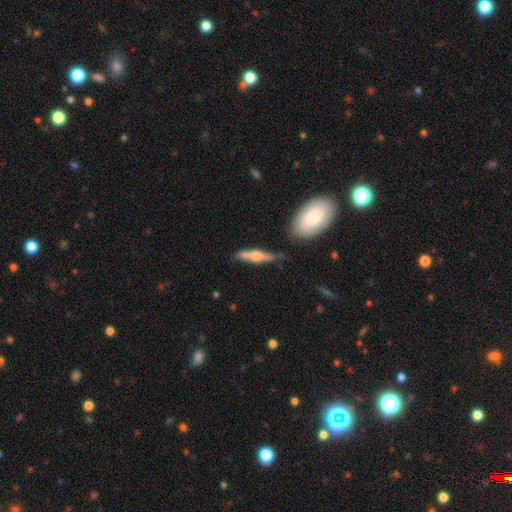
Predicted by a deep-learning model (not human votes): Morphology: type=featured or disk (60%); edge-on=yes (91%); edge-on bulge=rounded (89%); merging=none (67%).